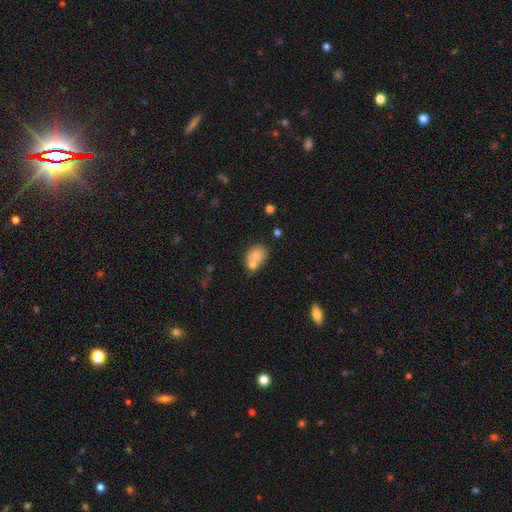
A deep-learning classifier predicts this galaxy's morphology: Overall: smooth (73%). How rounded: in between (56%; round 43%). Merging: merger (53%; none 32%).